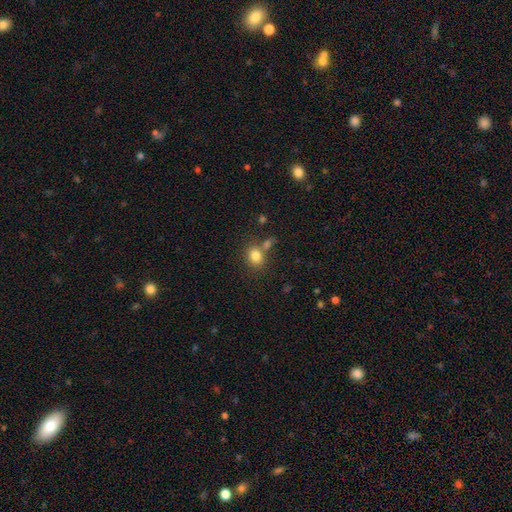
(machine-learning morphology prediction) smooth-or-featured: smooth: 82% | star or artifact: 11% | featured or disk: 7%
  how-rounded: round: 51% | in between: 48% | cigar-shaped: 1%
  merging: none: 60% | merger: 24% | minor disturbance: 12% | major disturbance: 5%